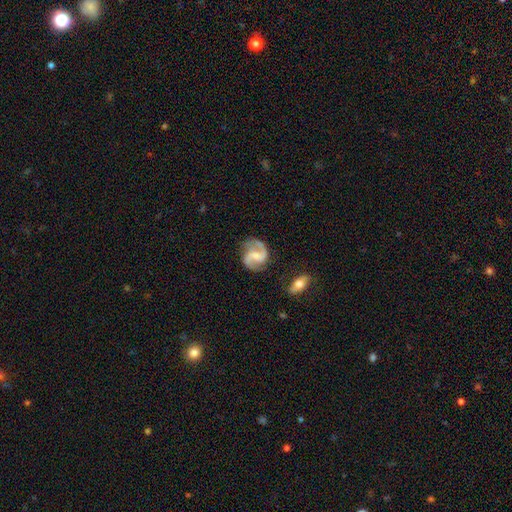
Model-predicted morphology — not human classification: This is clearly a featured or disk galaxy (89%). It is clearly not viewed edge-on (98%). Bar: possibly weak (49%). Spiral arm pattern: clearly yes (98%). Spiral arm count: clearly 2 (93%). Spiral winding: possibly medium (56%). Central bulge: marginally small (45%). Merging: likely none (76%).